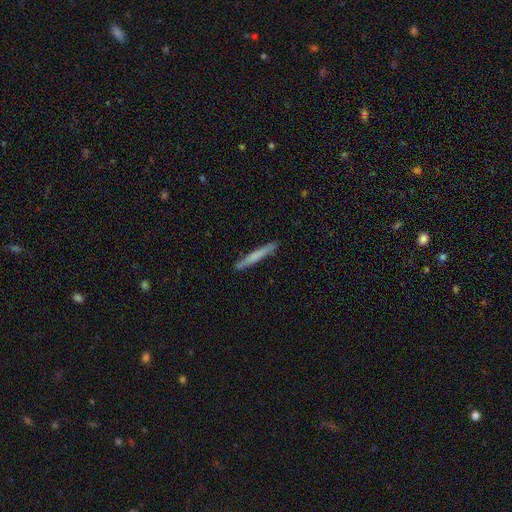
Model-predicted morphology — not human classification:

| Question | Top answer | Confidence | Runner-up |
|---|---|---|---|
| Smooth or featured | smooth | 62% | featured or disk (32%) |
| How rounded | cigar-shaped | 97% | in between (2%) |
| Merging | none | 90% | minor disturbance (7%) |